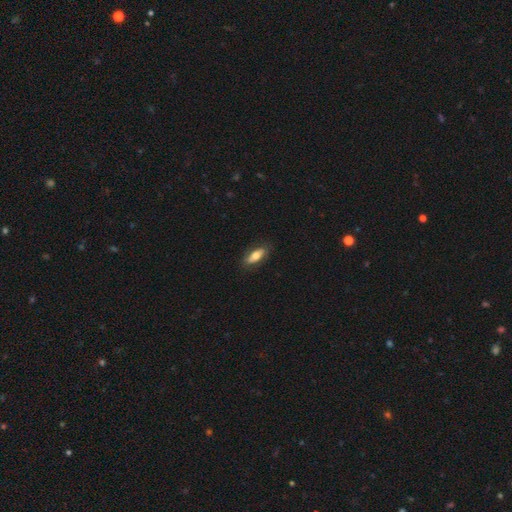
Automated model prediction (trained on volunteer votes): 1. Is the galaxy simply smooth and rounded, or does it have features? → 66% smooth, 28% featured or disk, 6% star or artifact.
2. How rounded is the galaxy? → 72% in between, 25% cigar-shaped, 3% round.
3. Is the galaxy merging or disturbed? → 84% none, 12% minor disturbance, 3% major disturbance, 1% merger.